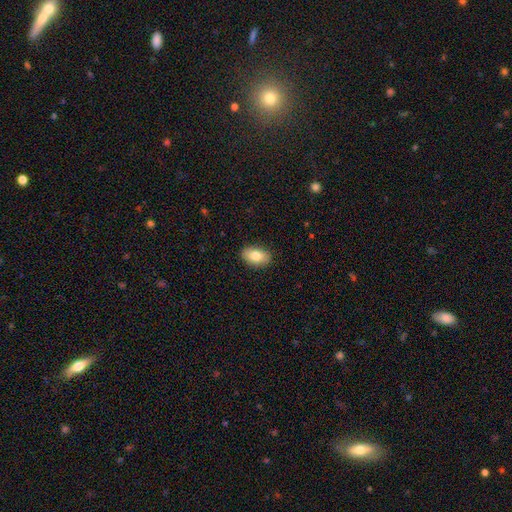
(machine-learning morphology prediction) smooth_or_featured: smooth (p=0.81) [alt: featured or disk p=0.12]
how_rounded: in between (p=0.90) [alt: round p=0.08]
merging: none (p=0.89) [alt: minor disturbance p=0.08]